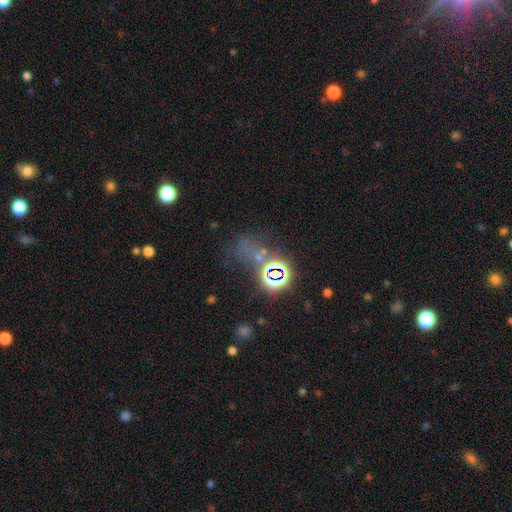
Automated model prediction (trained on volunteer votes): smooth-or-featured: star or artifact: 59% | smooth: 28% | featured or disk: 12%